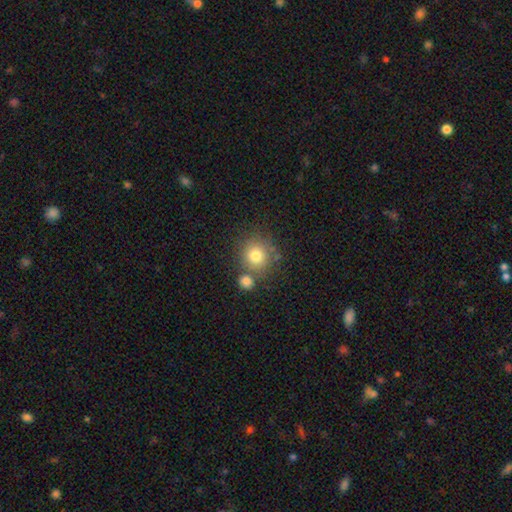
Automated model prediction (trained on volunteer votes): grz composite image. It shows a smooth galaxy with no disk features (78%) that is round (90%). Merging: none (65%).